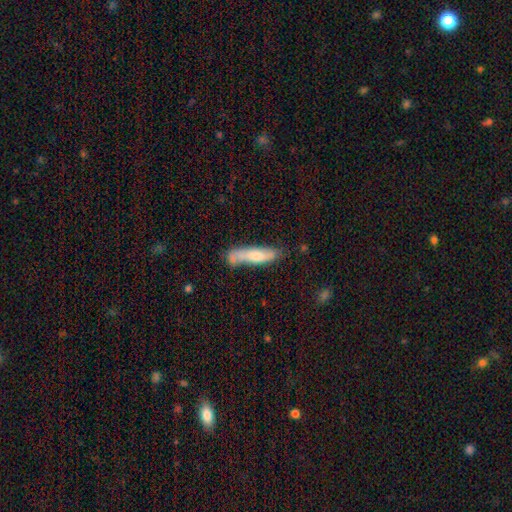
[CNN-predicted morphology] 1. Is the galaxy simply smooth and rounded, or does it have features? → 68% smooth, 26% featured or disk, 6% star or artifact.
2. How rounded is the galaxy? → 75% cigar-shaped, 23% in between, 2% round.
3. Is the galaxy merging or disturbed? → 54% none, 25% minor disturbance, 14% merger, 7% major disturbance.